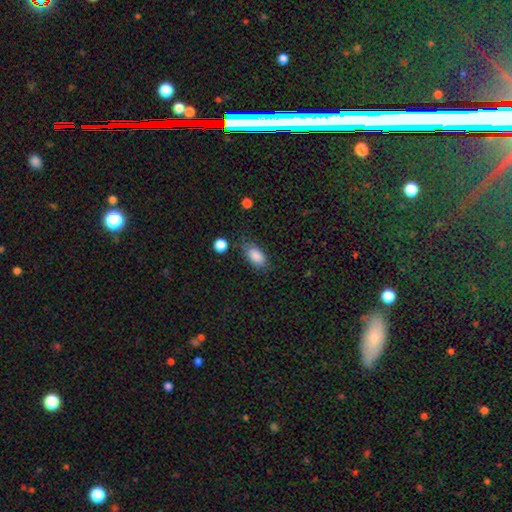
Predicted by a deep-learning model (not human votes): Smooth or featured?
  - smooth: 86% *
  - star or artifact: 8%
  - featured or disk: 6%
How rounded?
  - in between: 90% *
  - round: 6%
  - cigar-shaped: 4%
Merging?
  - none: 72% *
  - minor disturbance: 19%
  - major disturbance: 6%
  - merger: 3%